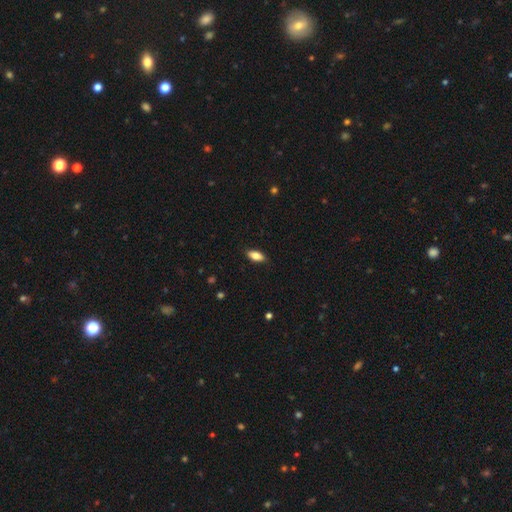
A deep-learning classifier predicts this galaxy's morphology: A smooth galaxy with no disk features (82%) that is in between round and cigar-shaped (85%). Merging: none (87%).